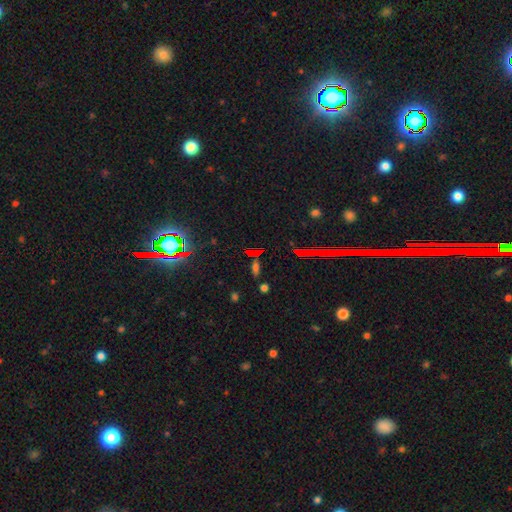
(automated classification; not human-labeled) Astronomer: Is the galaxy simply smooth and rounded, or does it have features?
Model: star or artifact — 74%.